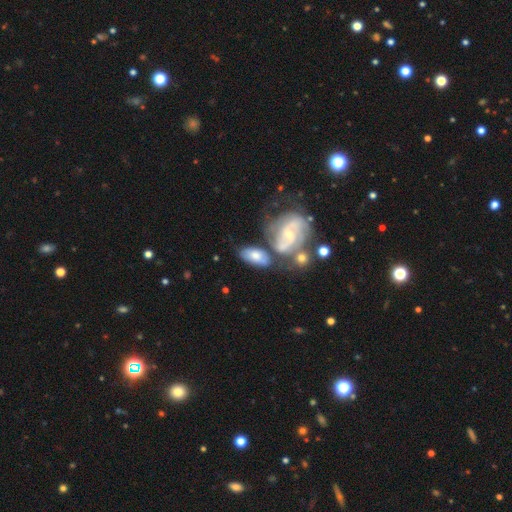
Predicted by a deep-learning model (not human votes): This appears to be a featured or disk galaxy (46%, tied with smooth). Merging: none (47%).